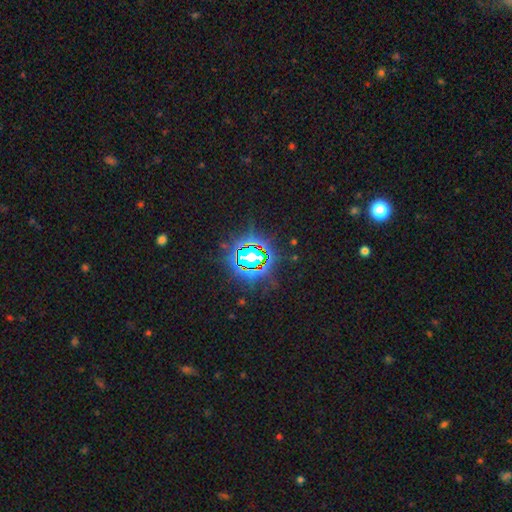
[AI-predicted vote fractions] smooth-or-featured: star or artifact: 77% | smooth: 13% | featured or disk: 10%